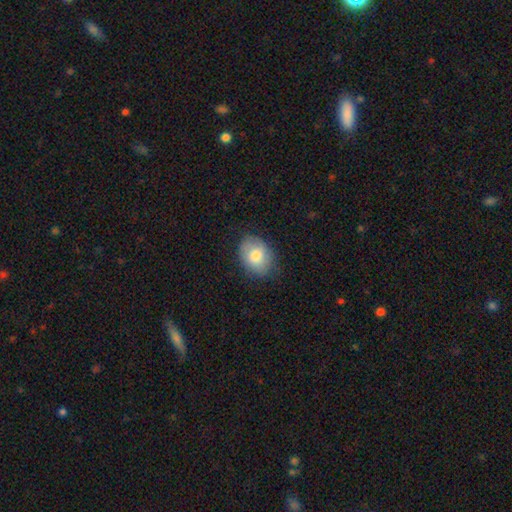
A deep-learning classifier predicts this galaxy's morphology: A smooth galaxy with no disk features (79%) that is in between round and cigar-shaped (66%).

Vote fractions:
- Smooth or featured? smooth: 79% / featured or disk: 14% / star or artifact: 7%
- How rounded? in between: 66% / round: 33% / cigar-shaped: 1%
- Merging? none: 78% / minor disturbance: 17% / major disturbance: 4% / merger: 1%